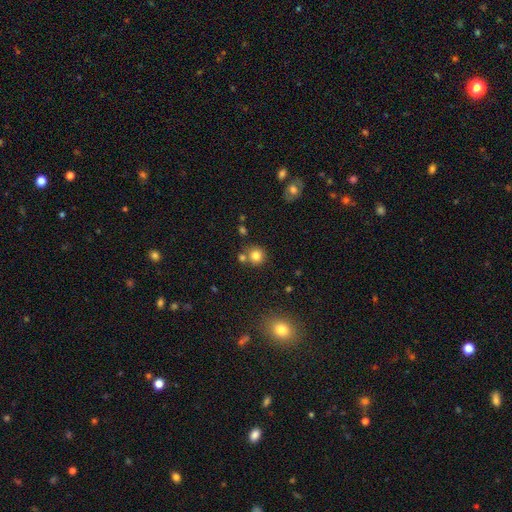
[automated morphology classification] Q: Smooth or featured?
A: smooth (80%); runner-up: star or artifact (12%)
Q: How rounded?
A: round (90%); runner-up: in between (9%)
Q: Merging?
A: none (69%); runner-up: merger (19%)